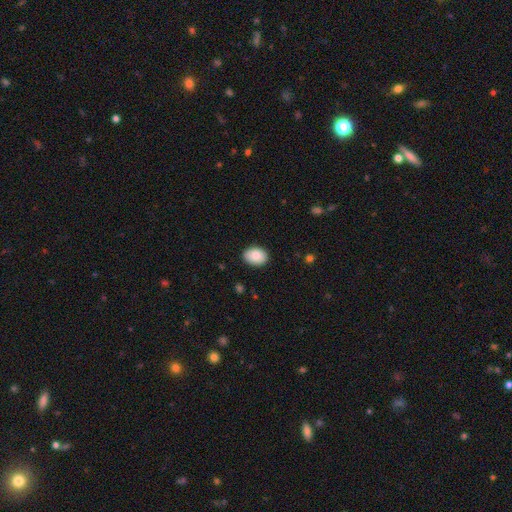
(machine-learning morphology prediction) Q: Smooth or featured?
A: smooth (87%); runner-up: star or artifact (7%)
Q: How rounded?
A: in between (72%); runner-up: round (27%)
Q: Merging?
A: none (88%); runner-up: minor disturbance (9%)